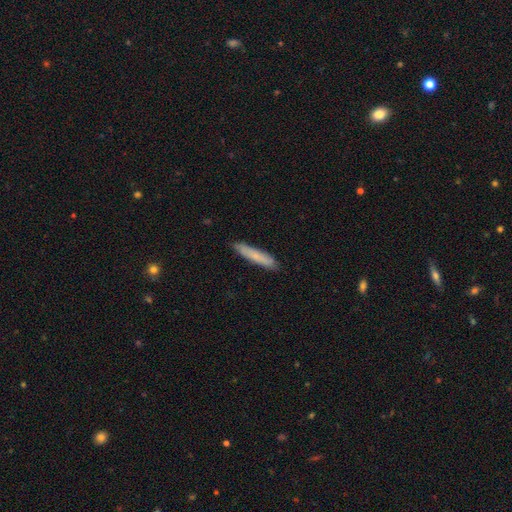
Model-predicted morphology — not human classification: This is likely a smooth galaxy (73%). How rounded: clearly cigar-shaped (92%). Merging: clearly none (88%).